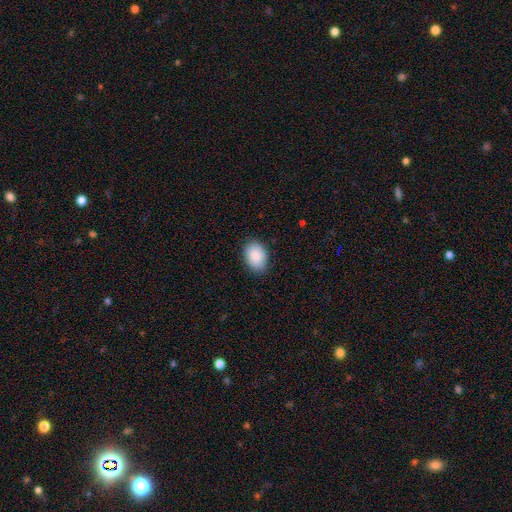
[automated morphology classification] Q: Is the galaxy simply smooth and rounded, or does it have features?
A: smooth — 90%.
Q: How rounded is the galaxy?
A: in between — 83%.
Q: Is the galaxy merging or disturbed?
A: none — 86%.